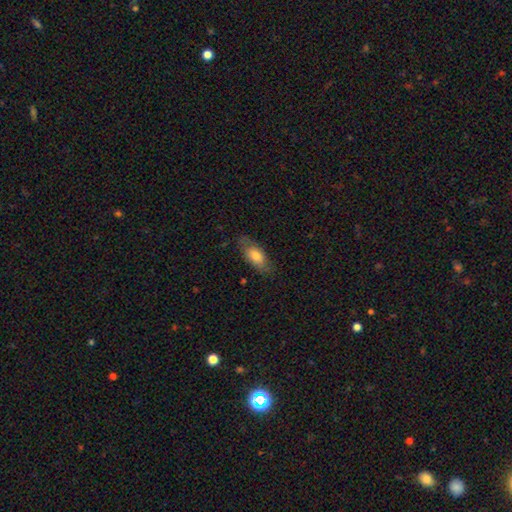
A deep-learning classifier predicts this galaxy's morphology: This appears to be a smooth galaxy with no disk features (71%) that is in between round and cigar-shaped (85%). Merging: none (72%).